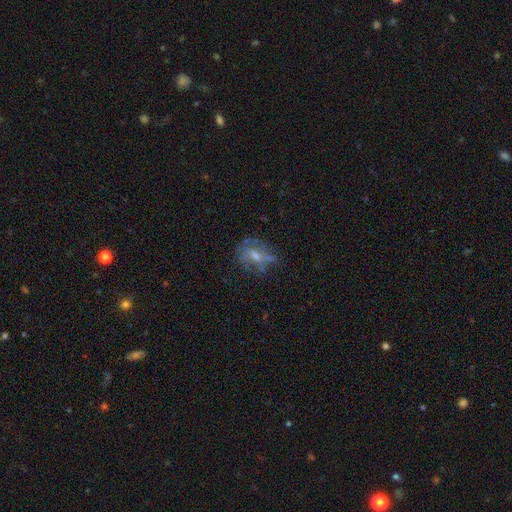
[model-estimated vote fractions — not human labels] smooth-or-featured: featured or disk: 53% | smooth: 29% | star or artifact: 19%
  disk-edge-on: no: 94% | yes: 6%
  merging: none: 57% | minor disturbance: 21% | major disturbance: 17% | merger: 4%